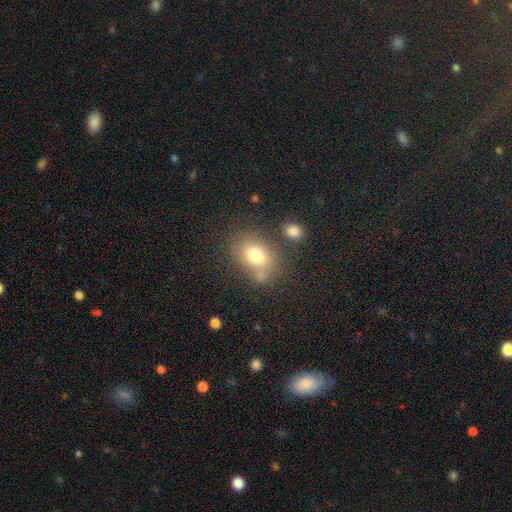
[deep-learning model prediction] The model was most divided on "how rounded": in between: 63%, round: 36%, cigar-shaped: 1%. More confident: smooth or featured — smooth (76%); merging — none (61%).